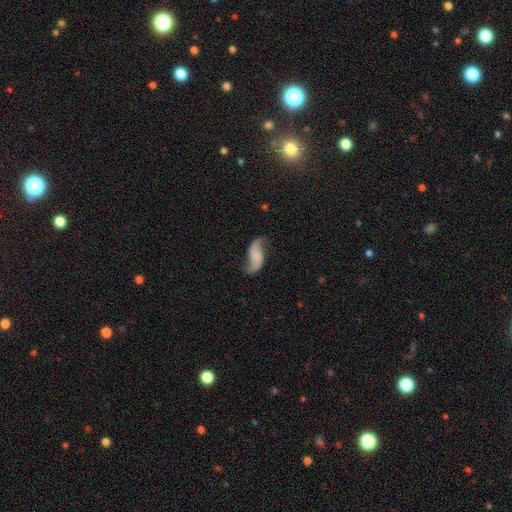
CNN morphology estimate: Smooth or featured? Predicted: featured or disk (p=0.72). Edge-on disk? Predicted: no (p=0.96). Bar? Predicted: no (p=0.56). Spiral arms? Predicted: yes (p=0.94). Spiral winding? Predicted: loose (p=0.85). Spiral arm count? Predicted: 2 (p=0.92). Bulge size? Predicted: none (p=0.69). Merging? Predicted: none (p=0.68).